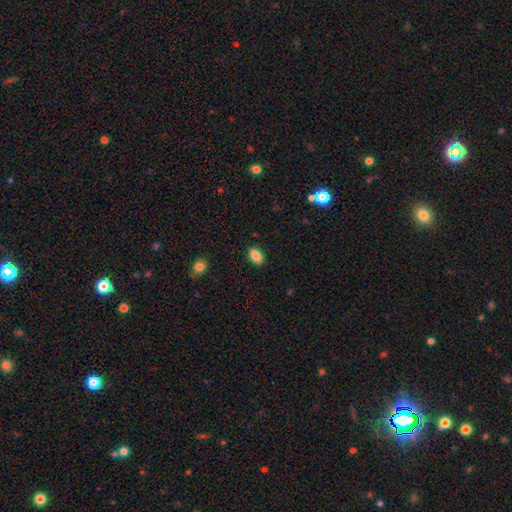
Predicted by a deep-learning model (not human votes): This is clearly a smooth galaxy (87%). How rounded: clearly in between (90%). Merging: clearly none (88%).